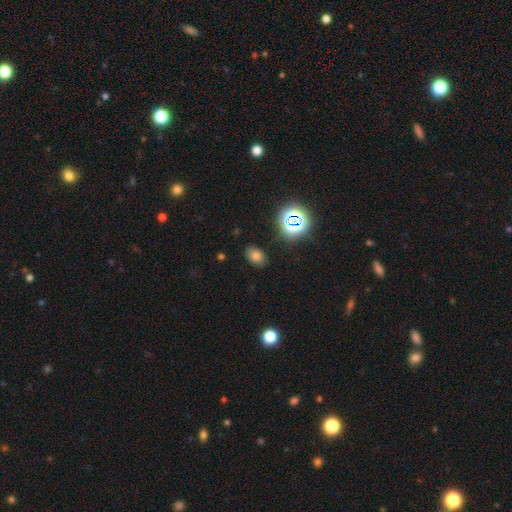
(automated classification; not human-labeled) Smooth or featured?
  - smooth: 71% *
  - star or artifact: 20%
  - featured or disk: 9%
How rounded?
  - in between: 80% *
  - round: 19%
  - cigar-shaped: 1%
Merging?
  - none: 84% *
  - minor disturbance: 11%
  - major disturbance: 3%
  - merger: 2%